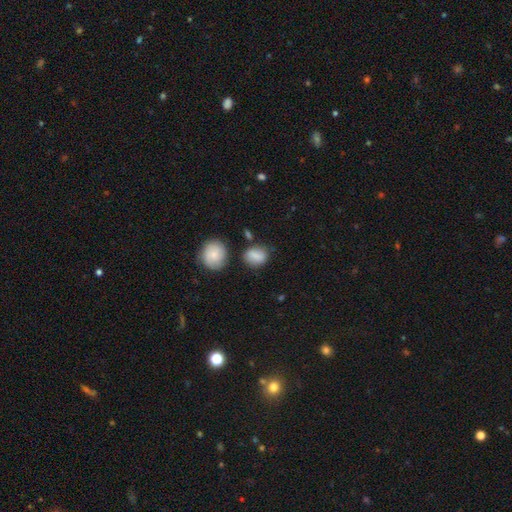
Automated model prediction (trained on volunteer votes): Smooth or featured?
  - smooth: 82% *
  - featured or disk: 9%
  - star or artifact: 8%
How rounded?
  - round: 52% *
  - in between: 46%
  - cigar-shaped: 2%
Merging?
  - none: 69% *
  - minor disturbance: 18%
  - merger: 8%
  - major disturbance: 5%